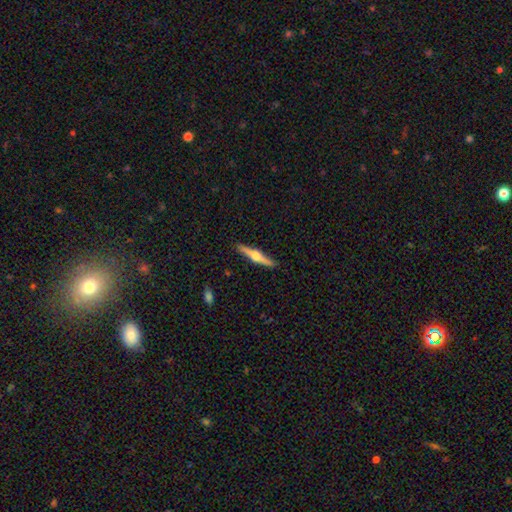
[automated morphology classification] Smooth or featured?
  - featured or disk: 71% *
  - smooth: 24%
  - star or artifact: 5%
Edge-on disk?
  - yes: 98% *
  - no: 2%
Edge-on bulge?
  - rounded: 94% *
  - boxy: 4%
  - none: 2%
Merging?
  - none: 90% *
  - minor disturbance: 7%
  - major disturbance: 1%
  - merger: 1%